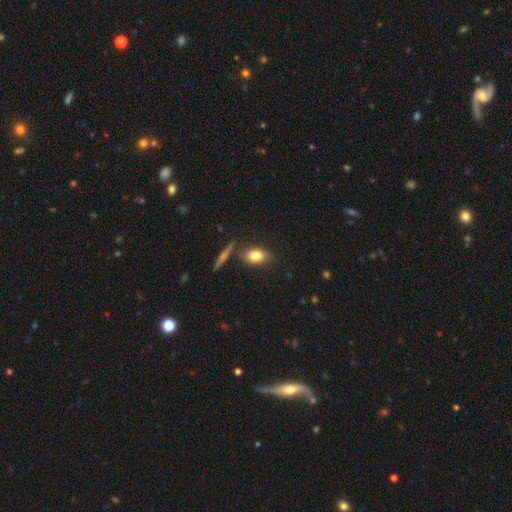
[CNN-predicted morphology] Smooth or featured: smooth — 78% (featured or disk — 14%)
How rounded: in between — 79% (round — 16%)
Merging: none — 74% (minor disturbance — 13%)